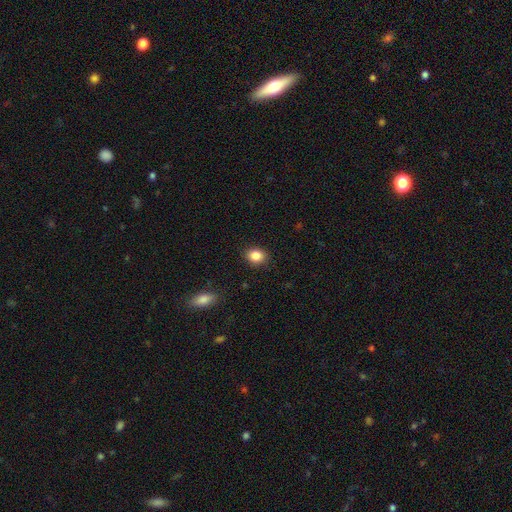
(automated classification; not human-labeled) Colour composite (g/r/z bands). It shows a smooth galaxy with no disk features (85%) that is round (56%). Merging: none (88%).